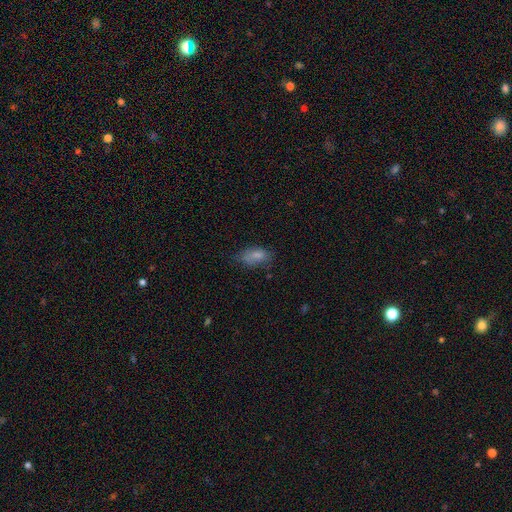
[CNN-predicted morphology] Q: Smooth or featured?
A: smooth (77%); runner-up: featured or disk (13%)
Q: How rounded?
A: in between (88%); runner-up: cigar-shaped (6%)
Q: Merging?
A: none (55%); runner-up: minor disturbance (29%)